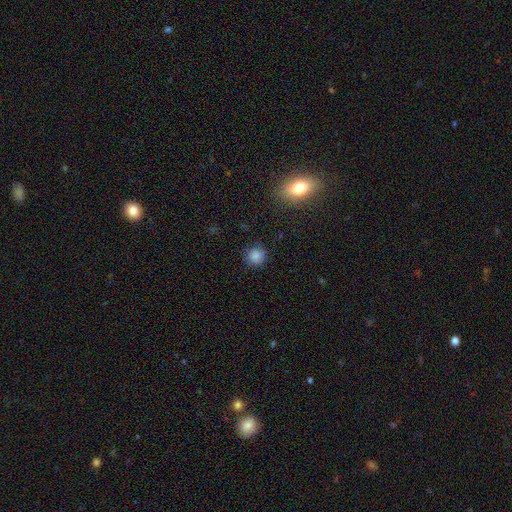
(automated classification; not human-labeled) smooth 83%, star or artifact 13%, featured or disk 4%. Down the decision tree: how rounded — round (88%); merging — none (84%).